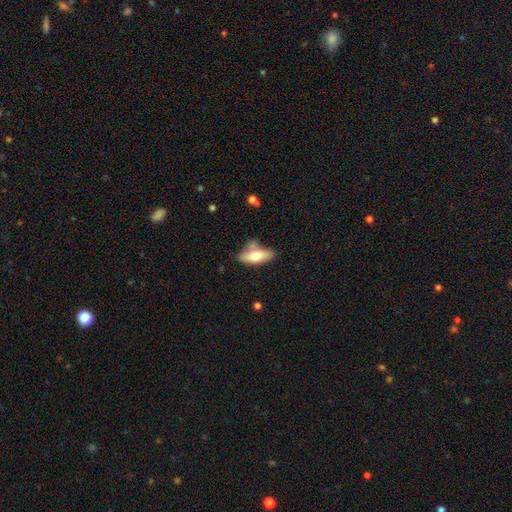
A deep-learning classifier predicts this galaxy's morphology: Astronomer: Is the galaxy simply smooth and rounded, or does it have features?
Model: smooth — 68%.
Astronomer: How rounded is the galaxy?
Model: in between — 72%.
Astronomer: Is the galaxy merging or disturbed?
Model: none — 58%.